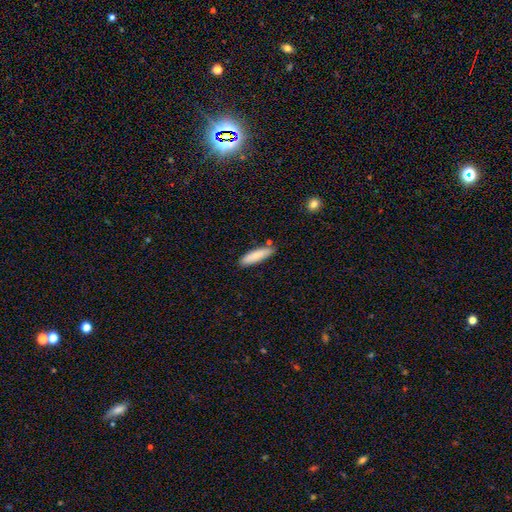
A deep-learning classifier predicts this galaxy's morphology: The model was most divided on "how rounded": cigar-shaped: 66%, in between: 33%, round: 2%. More confident: smooth or featured — smooth (82%); merging — none (81%).